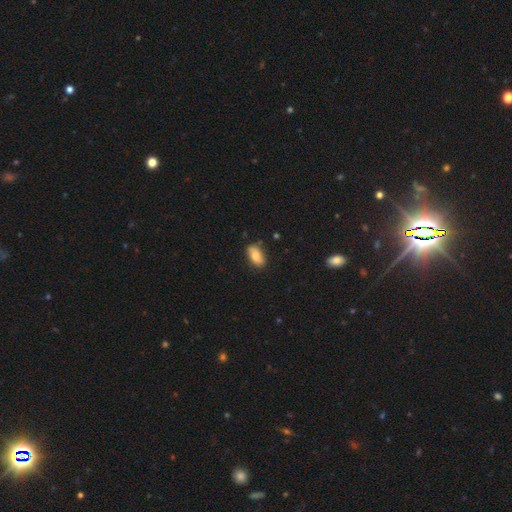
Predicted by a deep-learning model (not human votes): smooth-or-featured: smooth: 78% | featured or disk: 15% | star or artifact: 7%
  how-rounded: in between: 92% | round: 5% | cigar-shaped: 3%
  merging: none: 79% | minor disturbance: 17% | major disturbance: 3% | merger: 2%